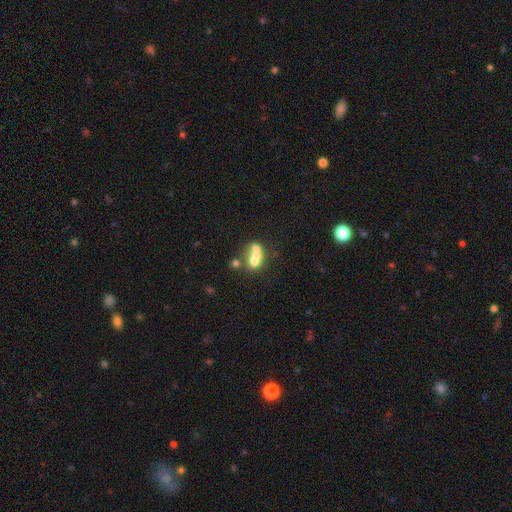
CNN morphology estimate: Smooth or featured? smooth (55%)
How rounded? round (59%)
Merging? merger (62%)